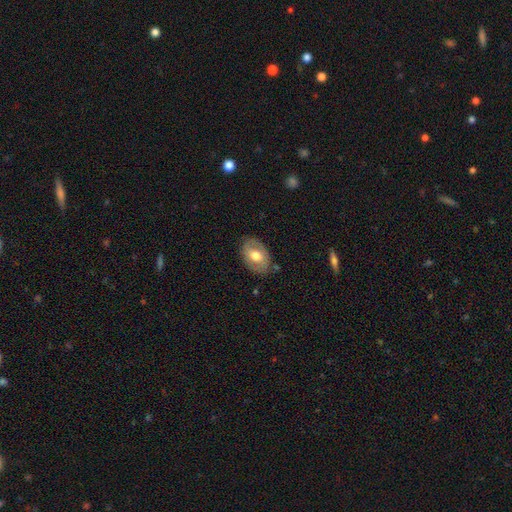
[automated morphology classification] Overall: smooth (52%; featured or disk 42%). How rounded: in between (82%). Merging: none (79%).